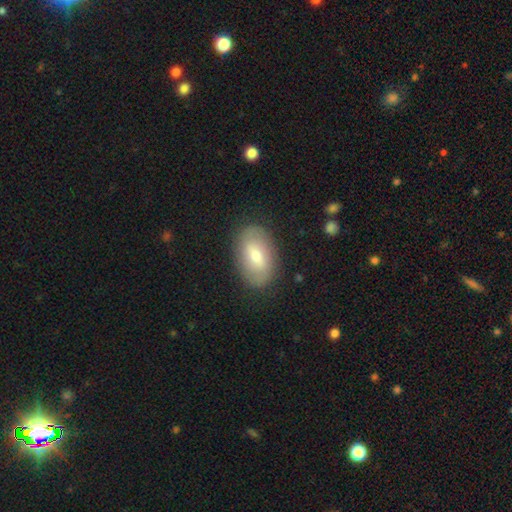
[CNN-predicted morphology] Smooth or featured?
  - smooth: 58% *
  - featured or disk: 35%
  - star or artifact: 7%
How rounded?
  - in between: 91% *
  - round: 7%
  - cigar-shaped: 2%
Merging?
  - none: 84% *
  - minor disturbance: 11%
  - major disturbance: 3%
  - merger: 1%